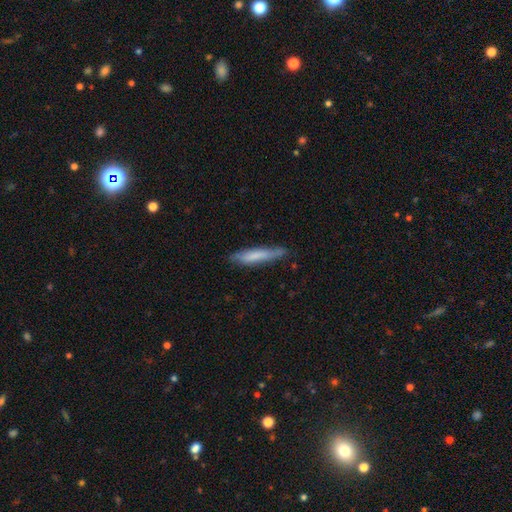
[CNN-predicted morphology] Smooth or featured?
  - smooth: 66% *
  - featured or disk: 28%
  - star or artifact: 6%
How rounded?
  - cigar-shaped: 89% *
  - in between: 10%
  - round: 1%
Merging?
  - none: 70% *
  - minor disturbance: 23%
  - major disturbance: 5%
  - merger: 2%